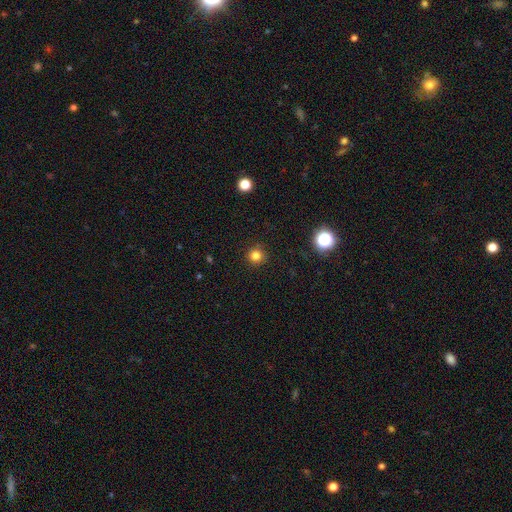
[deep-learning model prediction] Q: Smooth or featured?
A: smooth (81%); runner-up: star or artifact (15%)
Q: How rounded?
A: round (95%); runner-up: in between (4%)
Q: Merging?
A: none (90%); runner-up: minor disturbance (6%)